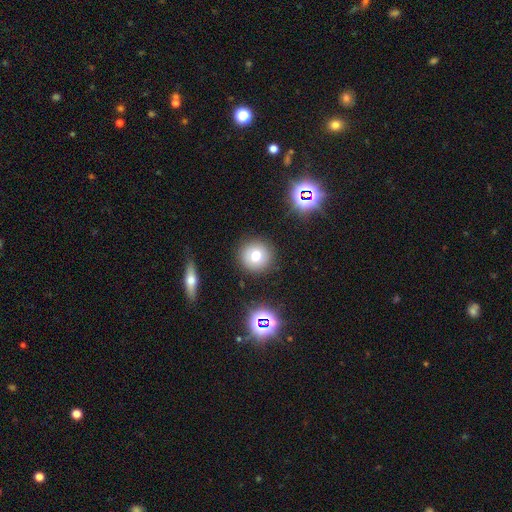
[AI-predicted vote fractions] Q: Smooth or featured?
A: smooth (71%); runner-up: star or artifact (16%)
Q: How rounded?
A: round (94%); runner-up: in between (5%)
Q: Merging?
A: none (89%); runner-up: minor disturbance (6%)